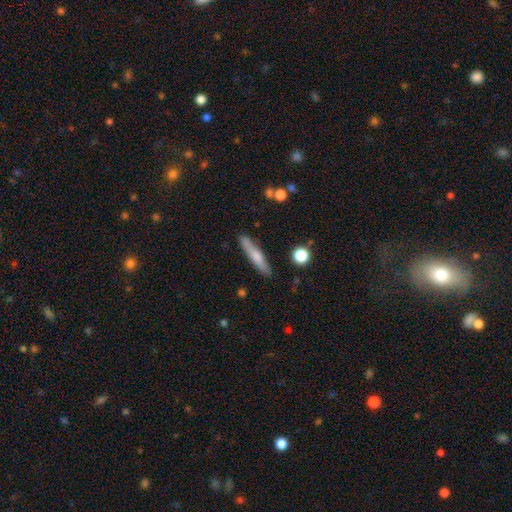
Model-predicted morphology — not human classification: smooth_or_featured: smooth (p=0.62) [alt: featured or disk p=0.32]
how_rounded: cigar-shaped (p=0.89) [alt: in between p=0.09]
merging: none (p=0.86) [alt: minor disturbance p=0.10]